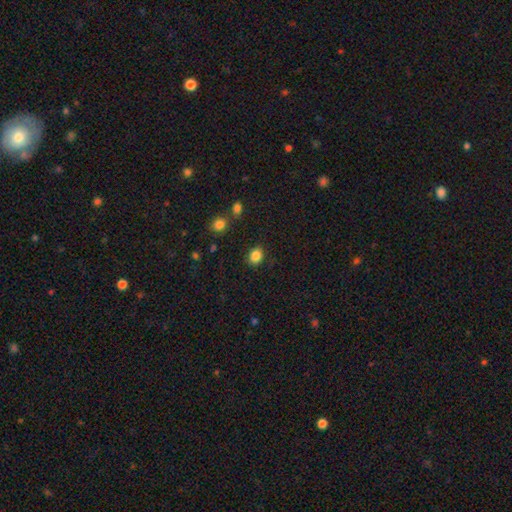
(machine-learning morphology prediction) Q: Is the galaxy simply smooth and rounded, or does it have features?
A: smooth — 86%.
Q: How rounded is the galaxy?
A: round — 55%.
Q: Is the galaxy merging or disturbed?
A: none — 86%.